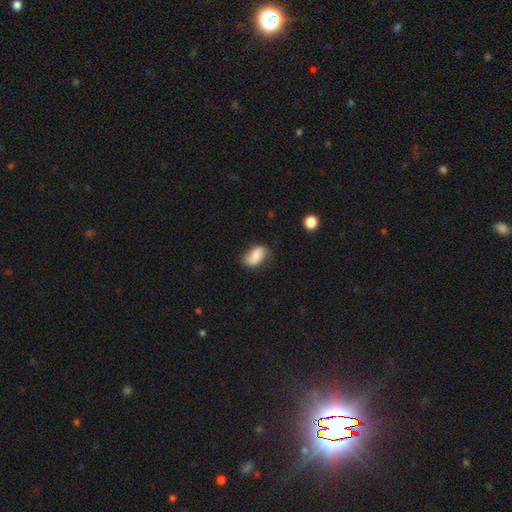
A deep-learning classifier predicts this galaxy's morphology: A smooth galaxy with no disk features (74%) that is in between round and cigar-shaped (90%).

Vote fractions:
- Smooth or featured? smooth: 74% / featured or disk: 18% / star or artifact: 8%
- How rounded? in between: 90% / round: 8% / cigar-shaped: 2%
- Merging? none: 70% / minor disturbance: 23% / major disturbance: 5% / merger: 2%